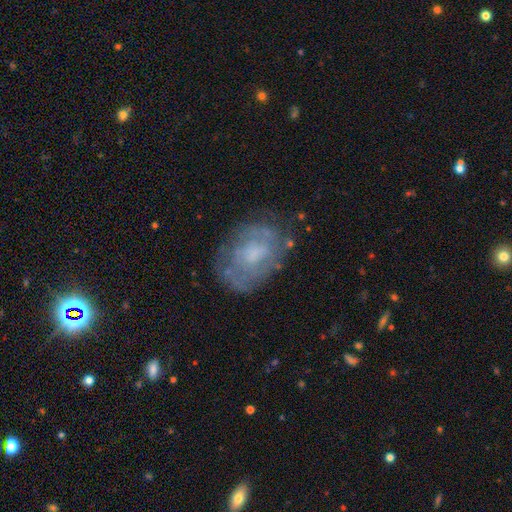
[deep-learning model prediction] Smooth or featured?
  - featured or disk: 56% *
  - smooth: 28%
  - star or artifact: 15%
Edge-on disk?
  - no: 95% *
  - yes: 5%
Bar?
  - no: 71% *
  - weak: 24%
  - strong: 5%
Spiral arms?
  - yes: 65% *
  - no: 35%
Bulge size?
  - moderate: 41% *
  - small: 35%
  - none: 14%
  - large: 8%
  - dominant: 2%
Merging?
  - none: 73% *
  - minor disturbance: 18%
  - major disturbance: 8%
  - merger: 2%